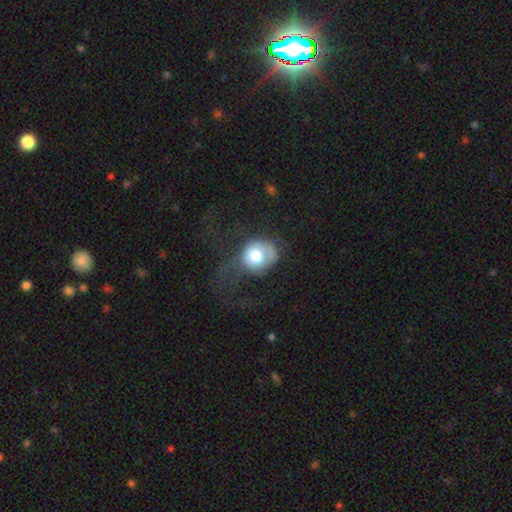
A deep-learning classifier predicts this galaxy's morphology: type=smooth (71%); roundness=round (77%); merging=major disturbance (45%).